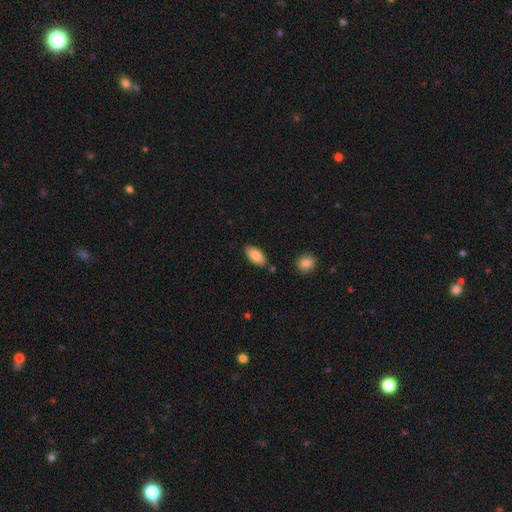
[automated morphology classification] This appears to be a smooth galaxy with no disk features (87%) that is in between round and cigar-shaped (92%). Merging: none (82%).